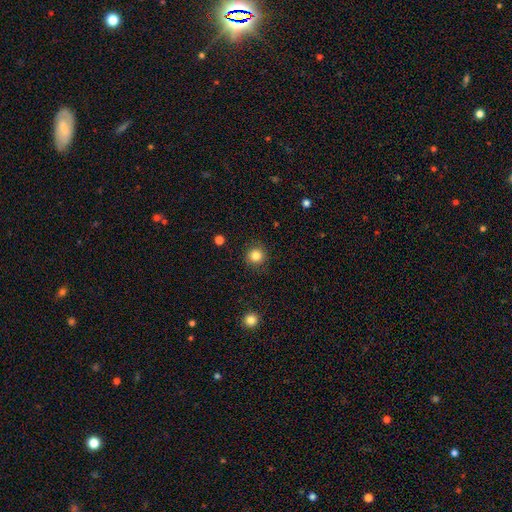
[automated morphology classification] Q: Smooth or featured?
A: smooth (84%); runner-up: star or artifact (11%)
Q: How rounded?
A: round (94%); runner-up: in between (5%)
Q: Merging?
A: none (88%); runner-up: minor disturbance (8%)